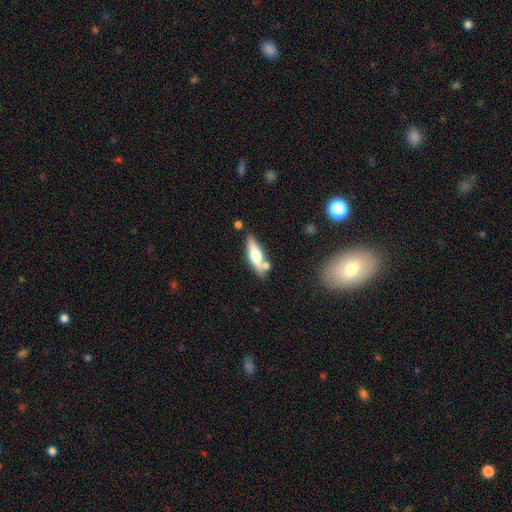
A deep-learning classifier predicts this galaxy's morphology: A smooth galaxy with no disk features (54%) that is cigar-shaped (55%).

Vote fractions:
- Smooth or featured? smooth: 54% / featured or disk: 40% / star or artifact: 6%
- How rounded? cigar-shaped: 55% / in between: 42% / round: 2%
- Merging? none: 68% / minor disturbance: 15% / merger: 13% / major disturbance: 4%